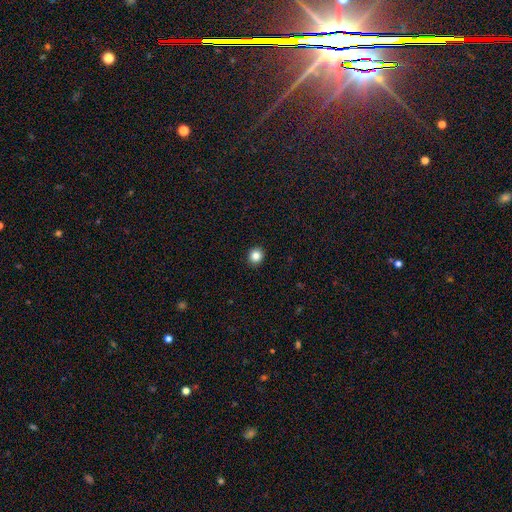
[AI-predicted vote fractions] smooth_or_featured: smooth (p=0.85) [alt: star or artifact p=0.11]
how_rounded: round (p=0.89) [alt: in between p=0.10]
merging: none (p=0.93) [alt: minor disturbance p=0.05]